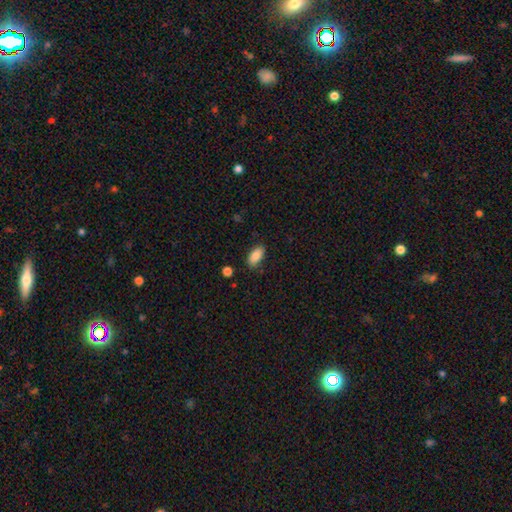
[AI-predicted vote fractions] Morphology: type=smooth (83%); roundness=in between (90%); merging=none (83%).